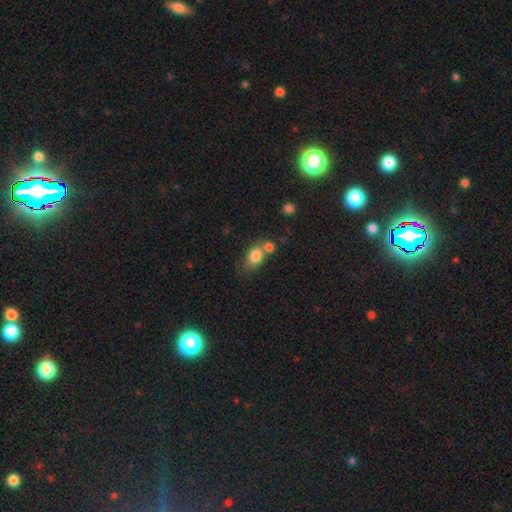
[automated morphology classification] Smooth or featured? smooth (81%)
How rounded? in between (70%)
Merging? none (42%)